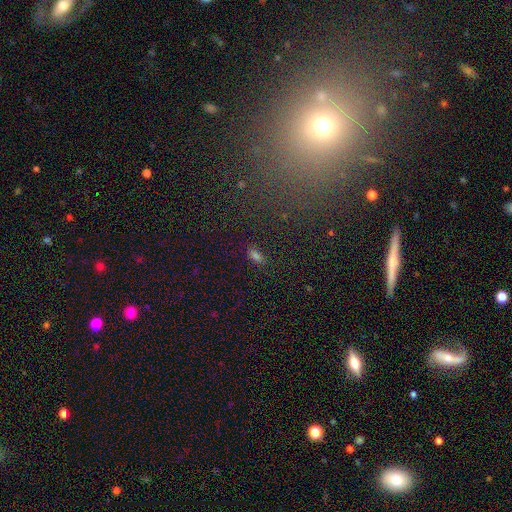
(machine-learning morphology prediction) Smooth or featured: smooth — 67% (star or artifact — 24%)
How rounded: in between — 83% (cigar-shaped — 9%)
Merging: none — 82% (minor disturbance — 10%)